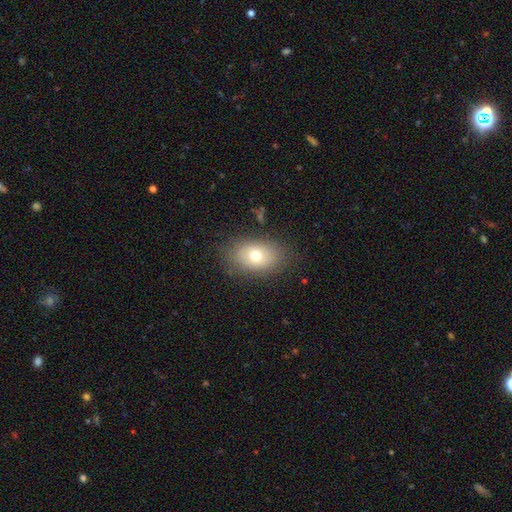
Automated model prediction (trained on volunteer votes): Smooth or featured? Predicted: smooth (p=0.71). How rounded? Predicted: in between (p=0.81). Merging? Predicted: none (p=0.82).